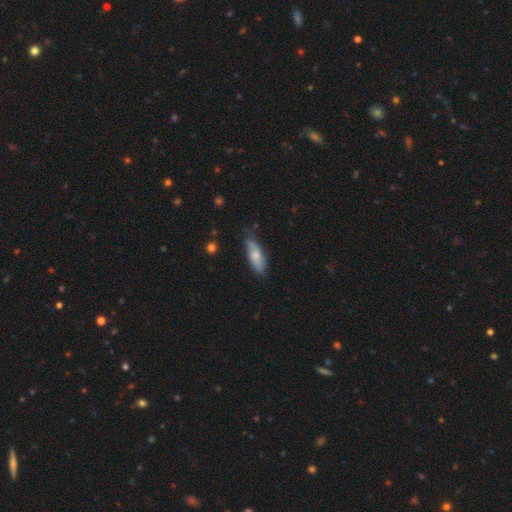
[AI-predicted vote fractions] smooth 61%, featured or disk 33%, star or artifact 6%. Down the decision tree: how rounded — in between (64%); merging — none (65%).